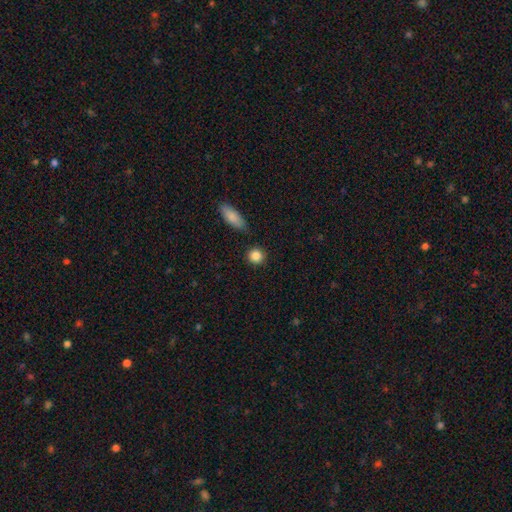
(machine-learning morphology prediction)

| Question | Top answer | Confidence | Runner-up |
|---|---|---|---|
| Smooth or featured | smooth | 86% | star or artifact (9%) |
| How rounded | round | 89% | in between (9%) |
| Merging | none | 87% | minor disturbance (8%) |